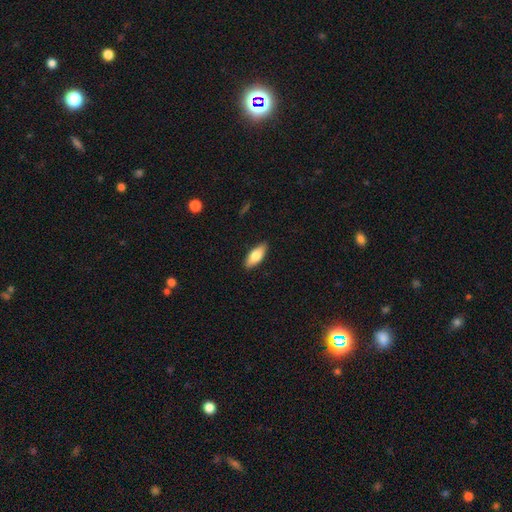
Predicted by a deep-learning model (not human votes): The model was most divided on "how rounded": in between: 79%, cigar-shaped: 19%, round: 2%. More confident: merging — none (89%); smooth or featured — smooth (77%).